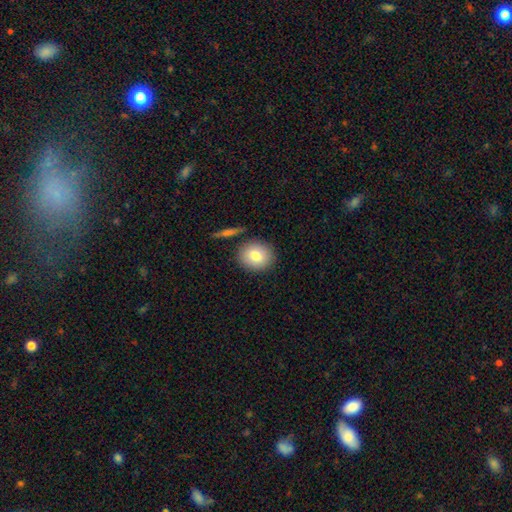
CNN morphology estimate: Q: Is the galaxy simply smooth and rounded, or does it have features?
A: smooth — 81%.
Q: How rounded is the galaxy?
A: round — 77%.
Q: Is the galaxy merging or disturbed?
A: none — 83%.